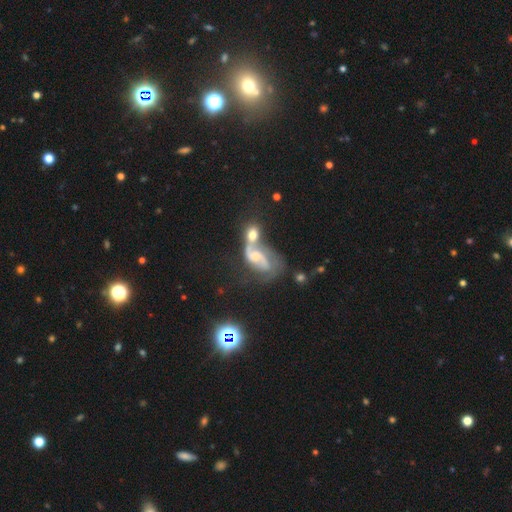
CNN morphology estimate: Overall: featured or disk (73%). Edge-on disk: no (96%). Bar: no (43%; weak 41%). Spiral arms: yes (87%). Spiral arm count: 2 (74%). Spiral winding: loose (46%; medium 40%). Bulge size: moderate (44%; small 42%). Merging: merger (59%).